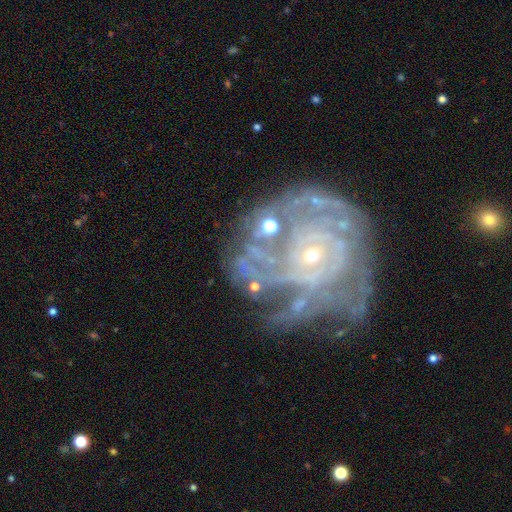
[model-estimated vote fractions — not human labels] smooth-or-featured: featured or disk: 85% | star or artifact: 9% | smooth: 7%
  disk-edge-on: no: 98% | yes: 2%
    bar: no: 79% | weak: 16% | strong: 5%
    has-spiral-arms: yes: 91% | no: 9%
      spiral-winding: tight: 70% | medium: 23% | loose: 7%
      spiral-arm-count: can't tell: 35% | 4: 16% | 3: 15% | 2: 13% | more than 4: 13% | 1: 7%
    bulge-size: small: 82% | moderate: 14% | none: 2% | large: 1% | dominant: 1%
  merging: none: 50% | minor disturbance: 22% | major disturbance: 20% | merger: 8%